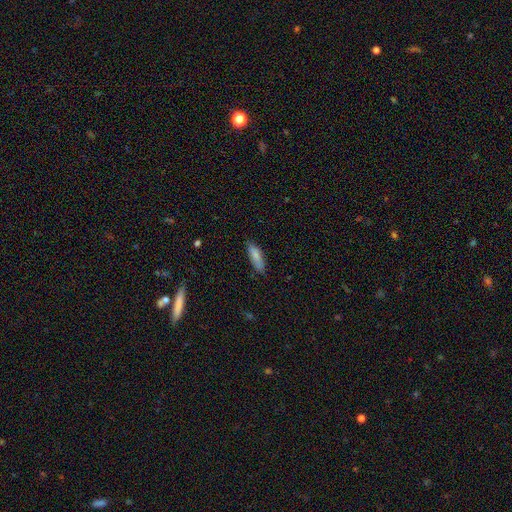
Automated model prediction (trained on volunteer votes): Morphology: type=smooth (84%); roundness=cigar-shaped (53%); merging=none (79%).